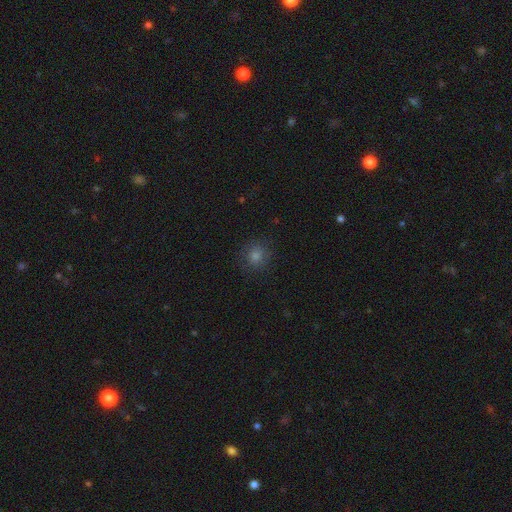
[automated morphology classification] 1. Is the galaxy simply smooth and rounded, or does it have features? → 72% smooth, 20% star or artifact, 8% featured or disk.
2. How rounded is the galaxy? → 91% round, 8% in between, 1% cigar-shaped.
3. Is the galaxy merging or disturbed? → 87% none, 9% minor disturbance, 3% major disturbance, 1% merger.